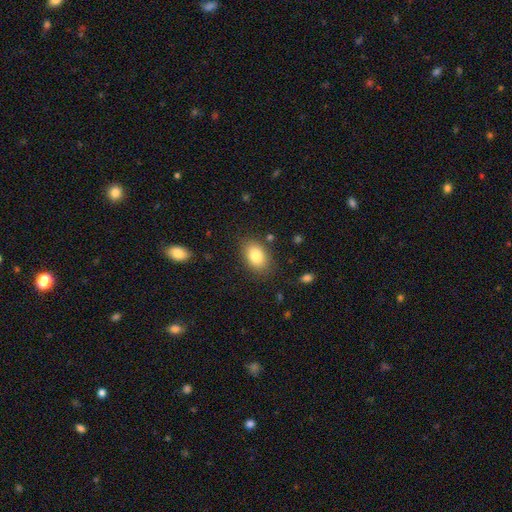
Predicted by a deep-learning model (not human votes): Smooth or featured: smooth — 83% (featured or disk — 9%)
How rounded: in between — 85% (round — 13%)
Merging: none — 82% (minor disturbance — 13%)